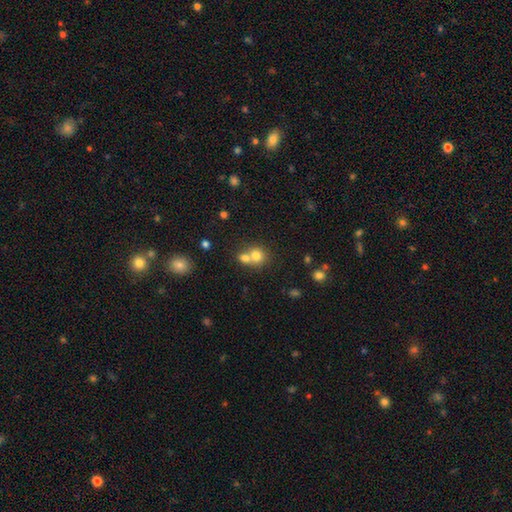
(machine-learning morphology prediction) The model was most divided on "merging": merger: 58%, none: 35%, minor disturbance: 5%, major disturbance: 2%. More confident: how rounded — round (80%); smooth or featured — smooth (74%).